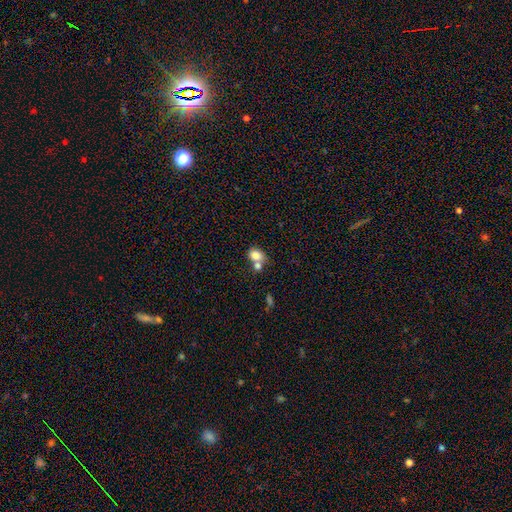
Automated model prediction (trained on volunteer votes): Morphology: type=smooth (80%); roundness=in between (64%); merging=merger (51%).